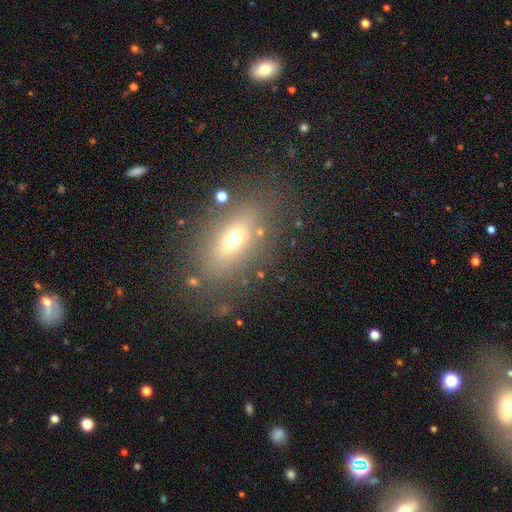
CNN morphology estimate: Overall: smooth (48%; featured or disk 32%). Merging: none (80%).